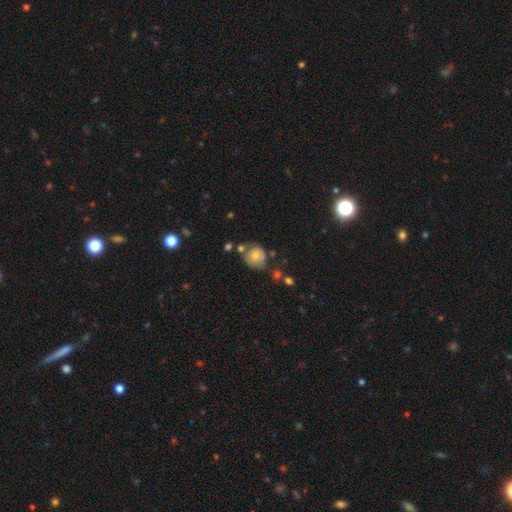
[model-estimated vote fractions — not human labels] This is possibly a smooth galaxy (59%). How rounded: clearly round (82%). Merging: possibly none (56%).